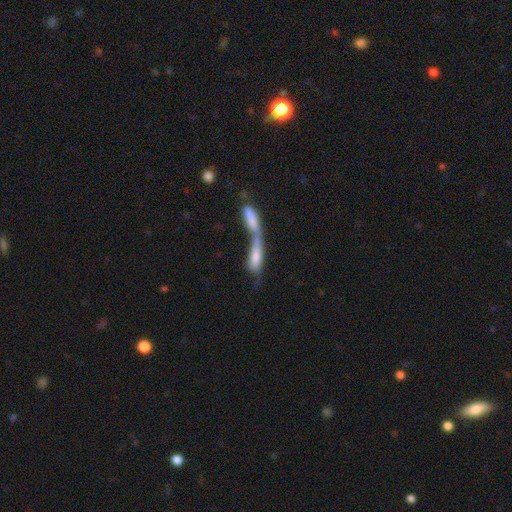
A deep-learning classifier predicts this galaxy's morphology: smooth_or_featured: smooth (p=0.63) [alt: featured or disk p=0.29]
how_rounded: cigar-shaped (p=0.52) [alt: in between p=0.45]
merging: merger (p=0.79) [alt: none p=0.09]